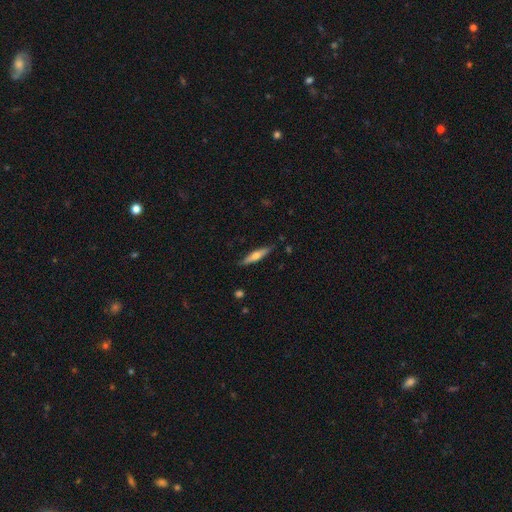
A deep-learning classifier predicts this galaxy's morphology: Smooth or featured?
  - smooth: 48% *
  - featured or disk: 47%
  - star or artifact: 6%
Merging?
  - none: 86% *
  - minor disturbance: 11%
  - major disturbance: 2%
  - merger: 2%